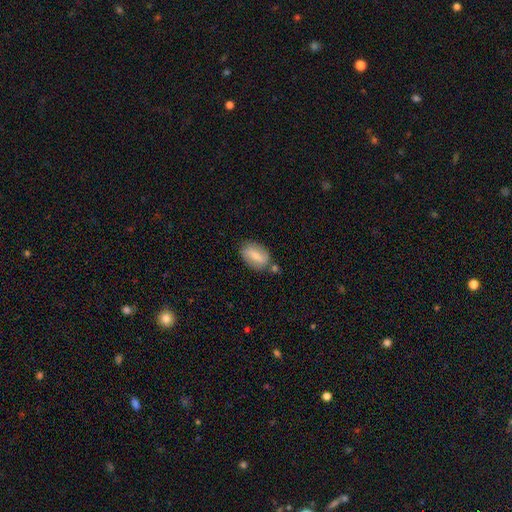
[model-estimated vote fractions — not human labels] Smooth or featured?
  - smooth: 63% *
  - featured or disk: 30%
  - star or artifact: 7%
How rounded?
  - in between: 87% *
  - round: 9%
  - cigar-shaped: 4%
Merging?
  - none: 70% *
  - minor disturbance: 16%
  - merger: 10%
  - major disturbance: 4%